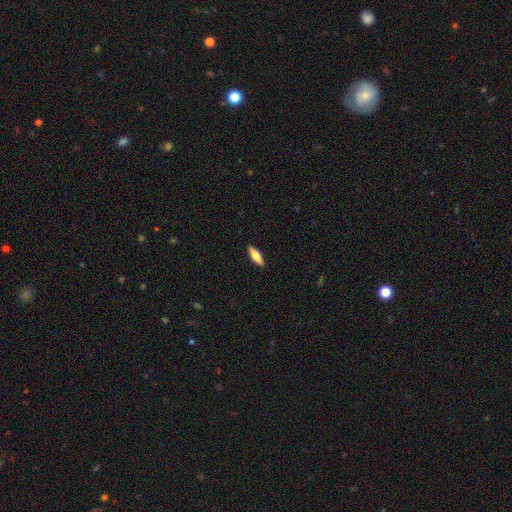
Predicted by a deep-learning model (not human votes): A smooth galaxy with no disk features (68%) that is in between round and cigar-shaped (54%). Merging: none (90%).